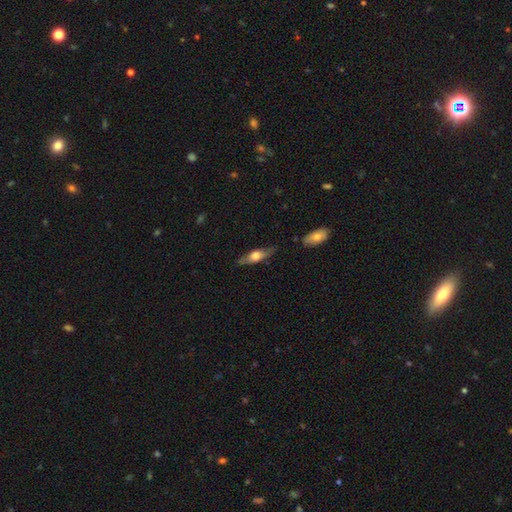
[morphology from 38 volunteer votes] Smooth or featured: smooth — 63% (featured or disk — 29%)
How rounded: in between — 75% (cigar-shaped — 21%)
Merging: none — 71% (minor disturbance — 26%)